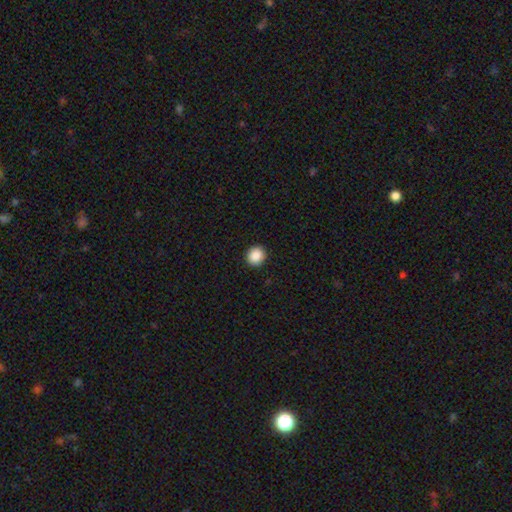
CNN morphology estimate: Smooth or featured? smooth (89%)
How rounded? round (86%)
Merging? none (92%)